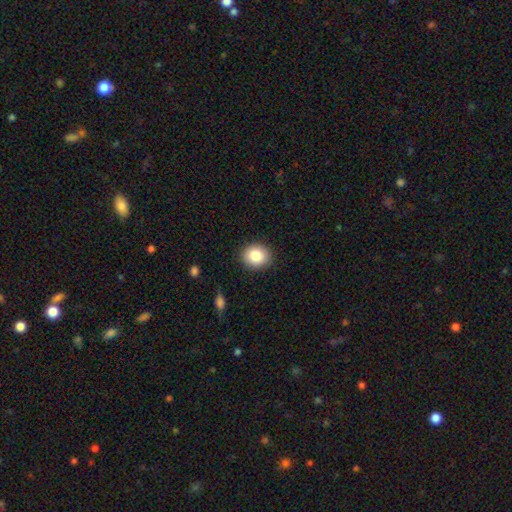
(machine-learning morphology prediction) A smooth galaxy with no disk features (84%) that is round (77%). Merging: none (89%).